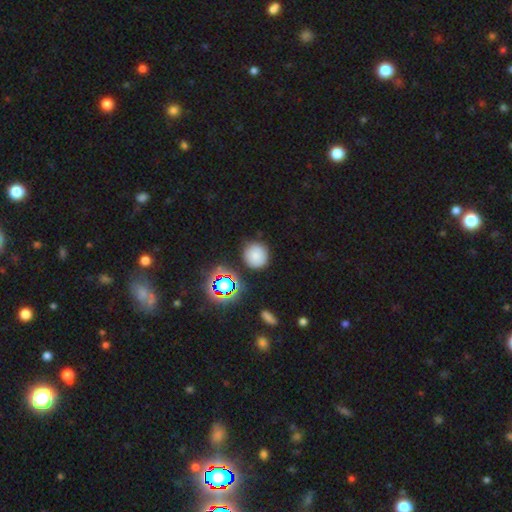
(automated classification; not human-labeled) A smooth galaxy with no disk features (75%) that is round (87%).

Vote fractions:
- Smooth or featured? smooth: 75% / star or artifact: 17% / featured or disk: 8%
- How rounded? round: 87% / in between: 12% / cigar-shaped: 1%
- Merging? none: 83% / minor disturbance: 11% / major disturbance: 3% / merger: 3%